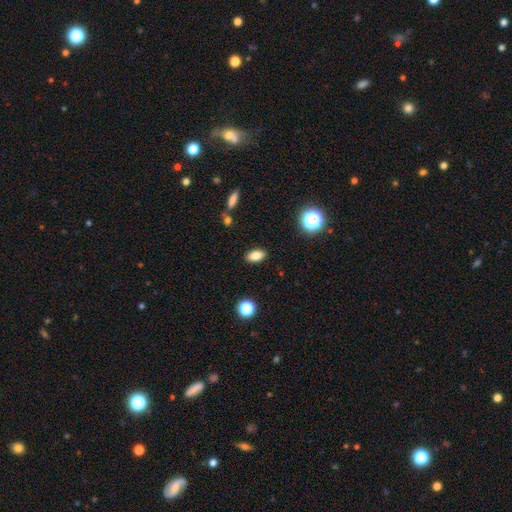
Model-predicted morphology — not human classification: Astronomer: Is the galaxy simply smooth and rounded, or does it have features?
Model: smooth — 82%.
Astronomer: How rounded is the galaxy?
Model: in between — 87%.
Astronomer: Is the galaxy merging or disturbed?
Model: none — 88%.